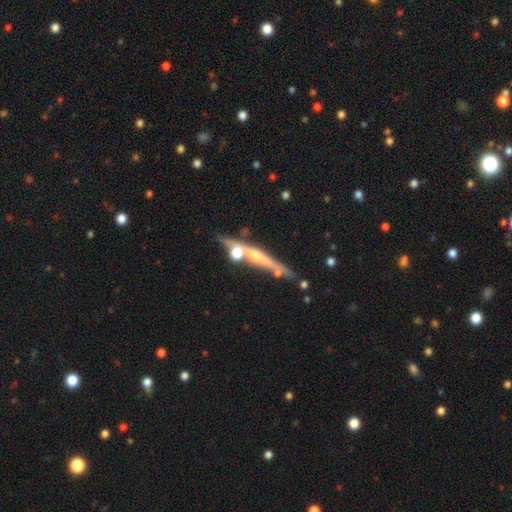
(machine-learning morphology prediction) featured or disk 66%, smooth 22%, star or artifact 12%. Down the decision tree: edge-on disk — yes (89%); edge-on bulge — rounded (70%); merging — none (57%).